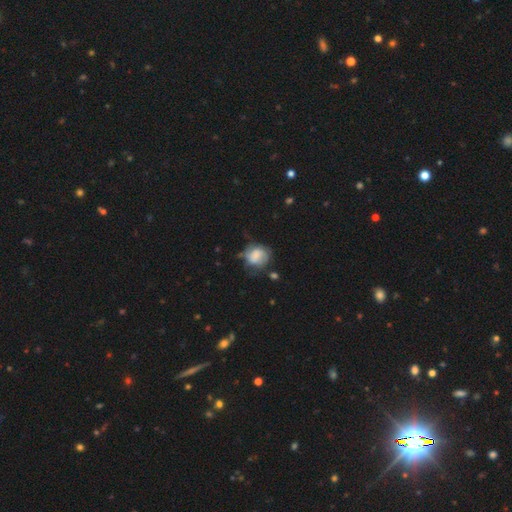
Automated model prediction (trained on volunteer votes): Overall: smooth (53%; featured or disk 38%). How rounded: round (69%; in between 30%). Merging: none (46%; minor disturbance 30%).